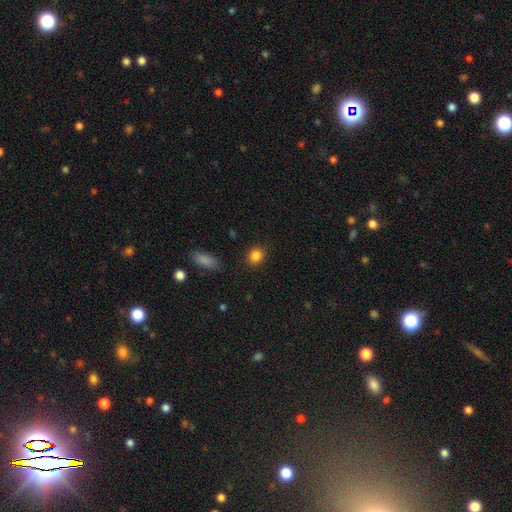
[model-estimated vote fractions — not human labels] smooth 85%, star or artifact 11%, featured or disk 4%. Down the decision tree: how rounded — round (74%); merging — none (88%).